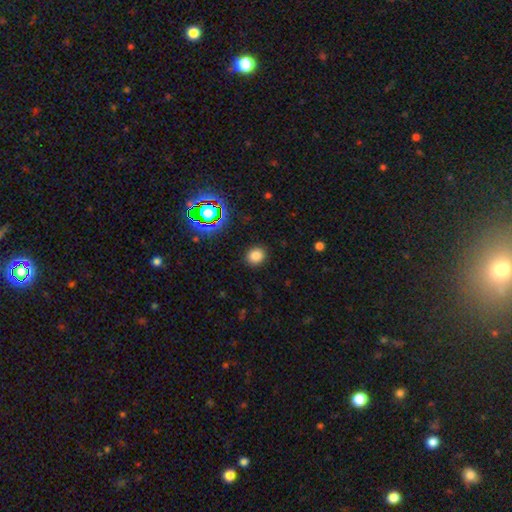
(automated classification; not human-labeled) Smooth or featured? Predicted: smooth (p=0.79). How rounded? Predicted: round (p=0.72). Merging? Predicted: none (p=0.90).